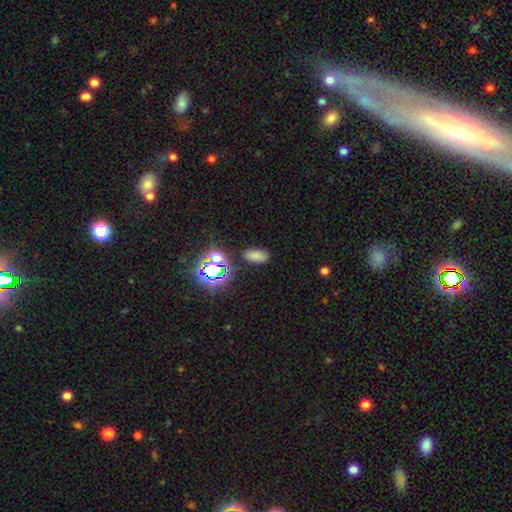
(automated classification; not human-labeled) smooth 71%, star or artifact 23%, featured or disk 6%. Down the decision tree: how rounded — in between (90%); merging — none (84%).